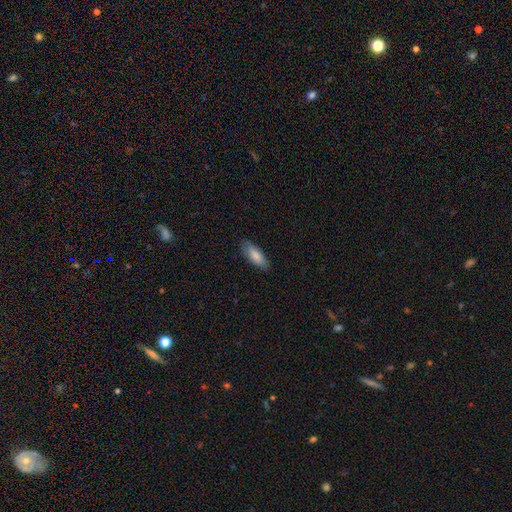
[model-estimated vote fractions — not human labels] Smooth or featured? Predicted: smooth (p=0.83). How rounded? Predicted: in between (p=0.68). Merging? Predicted: none (p=0.84).